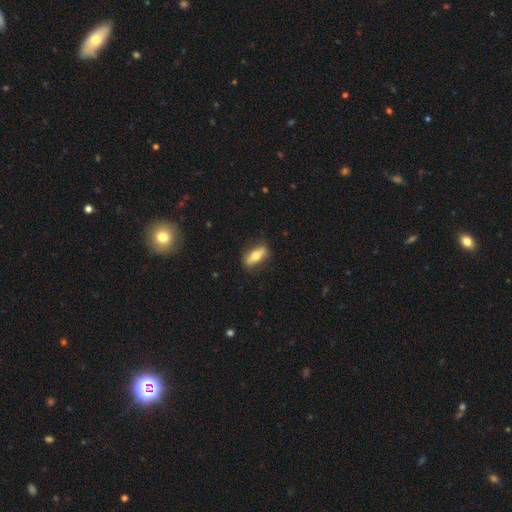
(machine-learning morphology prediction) The model was most divided on "how rounded": in between: 64%, cigar-shaped: 32%, round: 4%. More confident: merging — none (82%); smooth or featured — smooth (64%).